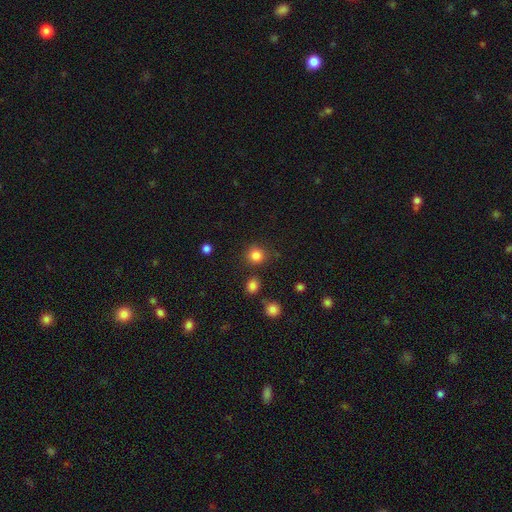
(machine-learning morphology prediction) A smooth galaxy with no disk features (84%) that is round (91%). Merging: none (83%).